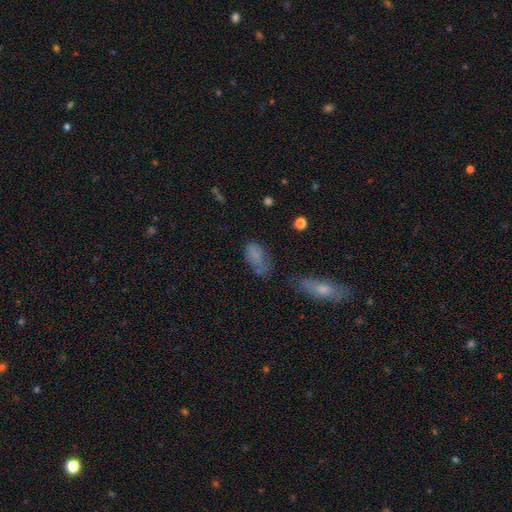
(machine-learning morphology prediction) Smooth or featured: smooth — 73% (featured or disk — 14%)
How rounded: in between — 89% (cigar-shaped — 6%)
Merging: none — 44% (minor disturbance — 30%)